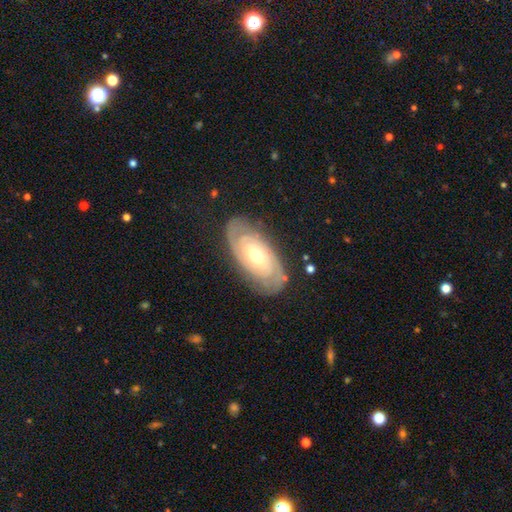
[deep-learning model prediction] Smooth or featured? Predicted: featured or disk (p=0.84). Edge-on disk? Predicted: no (p=0.94). Bar? Predicted: no (p=0.74). Spiral arms? Predicted: yes (p=0.93). Spiral winding? Predicted: tight (p=0.81). Spiral arm count? Predicted: 2 (p=0.54). Bulge size? Predicted: moderate (p=0.55). Merging? Predicted: none (p=0.82).